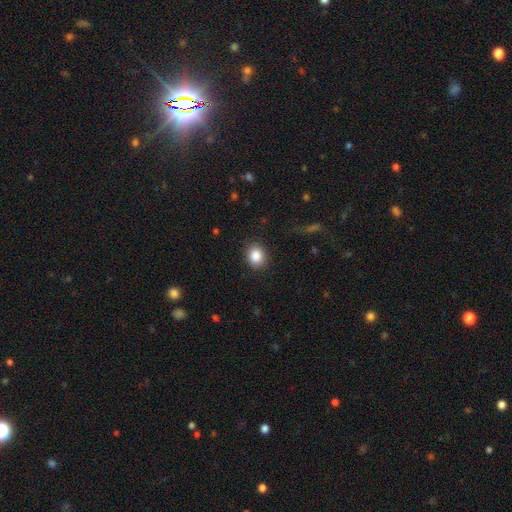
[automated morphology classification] The model was most divided on "how rounded": round: 64%, in between: 35%, cigar-shaped: 1%. More confident: merging — none (87%); smooth or featured — smooth (87%).